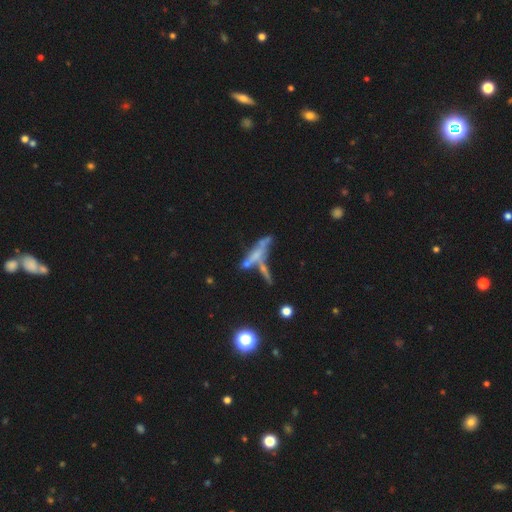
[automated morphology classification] A featured or disk galaxy (53%) viewed edge-on (63%). Merging: merger (37%).